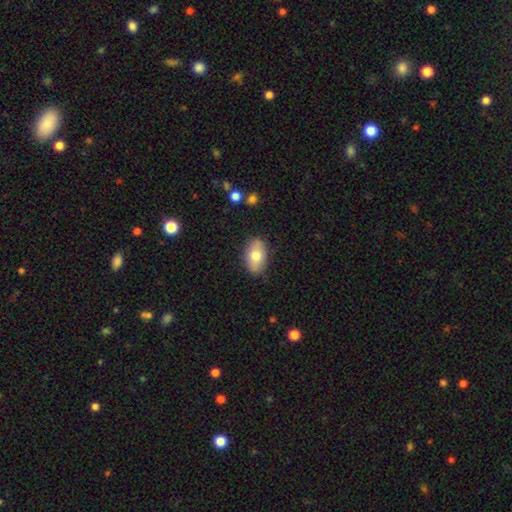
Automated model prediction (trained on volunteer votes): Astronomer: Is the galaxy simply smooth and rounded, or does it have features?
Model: smooth — 73%.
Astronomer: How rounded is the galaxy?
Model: in between — 90%.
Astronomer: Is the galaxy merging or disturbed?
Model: none — 83%.